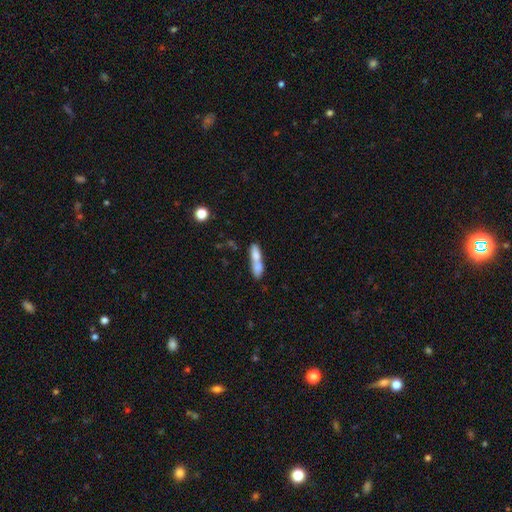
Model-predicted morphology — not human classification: type=smooth (70%); roundness=cigar-shaped (55%); merging=merger (58%).